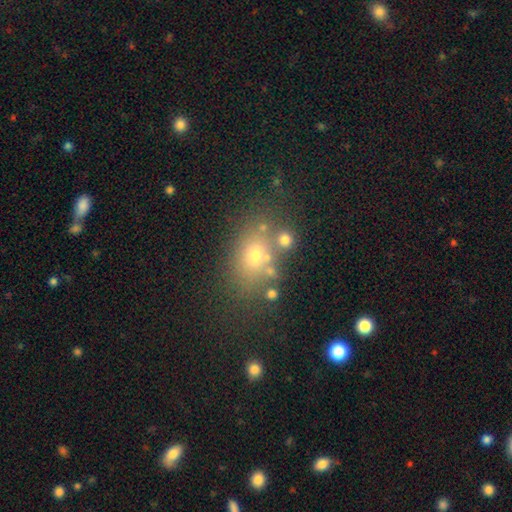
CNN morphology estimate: Q: Smooth or featured?
A: smooth (64%); runner-up: star or artifact (18%)
Q: How rounded?
A: in between (67%); runner-up: round (31%)
Q: Merging?
A: none (63%); runner-up: minor disturbance (15%)